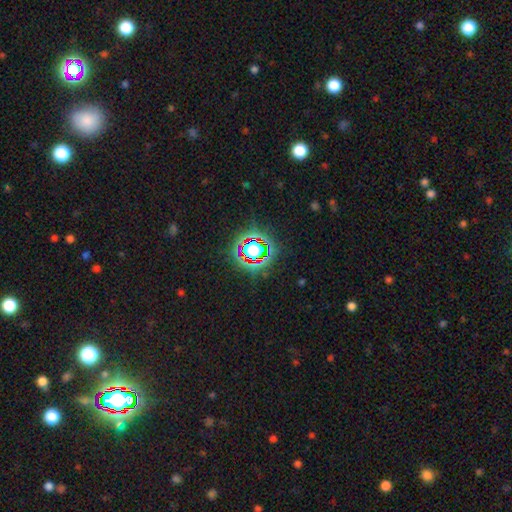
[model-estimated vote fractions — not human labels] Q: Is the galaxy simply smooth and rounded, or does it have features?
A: star or artifact — 79%.